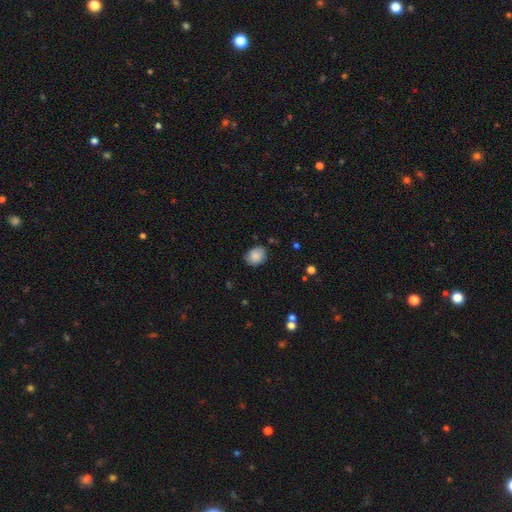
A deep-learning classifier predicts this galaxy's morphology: Smooth or featured: smooth — 84% (star or artifact — 8%)
How rounded: round — 59% (in between — 40%)
Merging: none — 76% (minor disturbance — 19%)